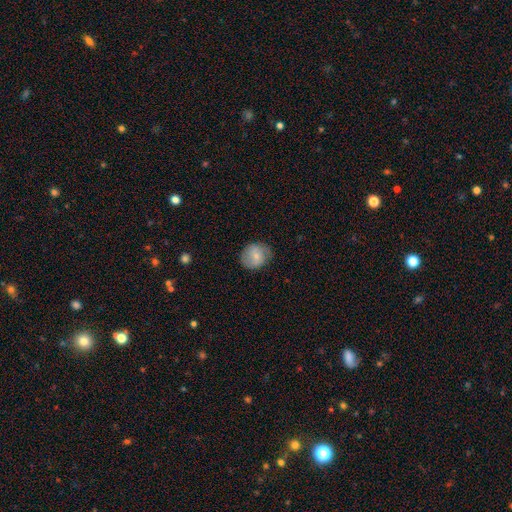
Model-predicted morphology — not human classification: smooth 67%, featured or disk 26%, star or artifact 8%. Down the decision tree: how rounded — round (74%); merging — none (77%).